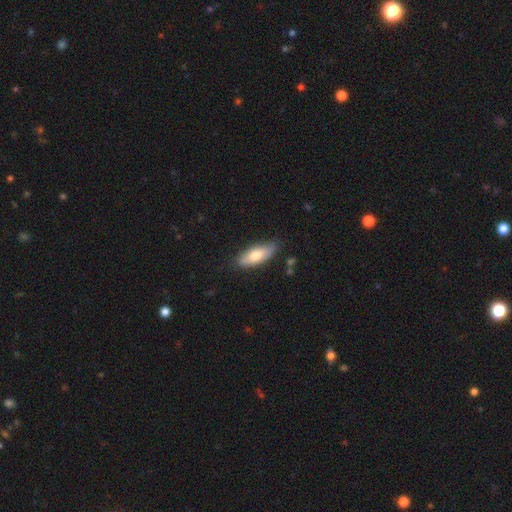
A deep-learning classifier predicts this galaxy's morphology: The model was most divided on "how rounded": in between: 67%, cigar-shaped: 30%, round: 2%. More confident: merging — none (82%); smooth or featured — smooth (73%).